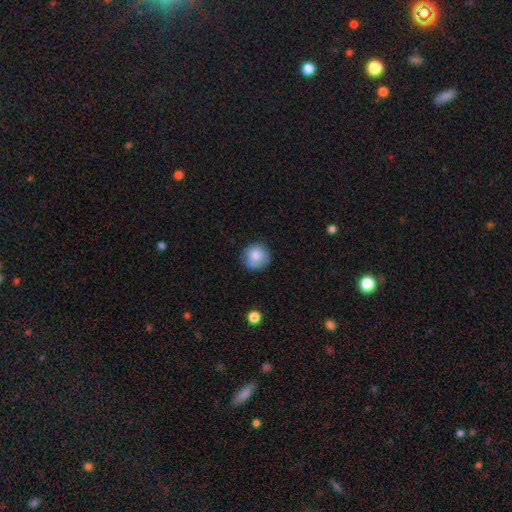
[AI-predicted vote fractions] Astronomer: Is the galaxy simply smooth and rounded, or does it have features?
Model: smooth — 82%.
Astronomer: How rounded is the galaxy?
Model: round — 92%.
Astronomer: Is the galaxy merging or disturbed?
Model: none — 78%.